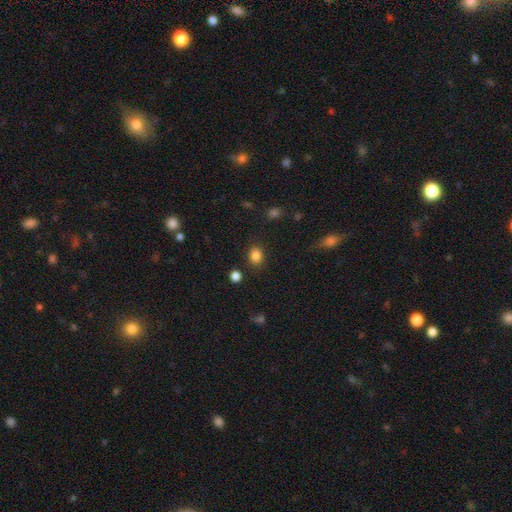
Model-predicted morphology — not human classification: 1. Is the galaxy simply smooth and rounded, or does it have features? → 84% smooth, 11% star or artifact, 4% featured or disk.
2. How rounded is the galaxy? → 51% round, 48% in between, 1% cigar-shaped.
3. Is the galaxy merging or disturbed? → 85% none, 9% minor disturbance, 3% major disturbance, 3% merger.